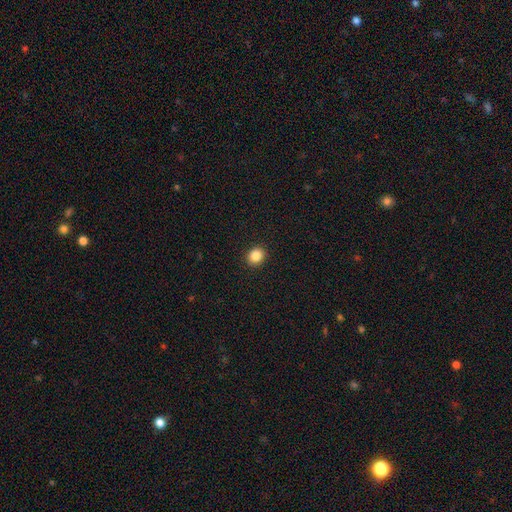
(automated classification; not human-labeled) Smooth or featured? smooth (86%)
How rounded? round (73%)
Merging? none (92%)